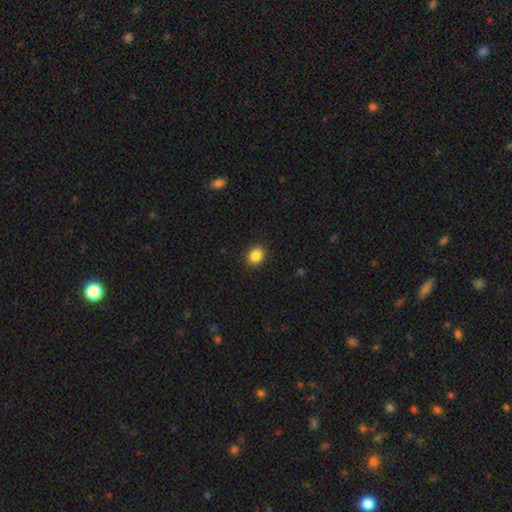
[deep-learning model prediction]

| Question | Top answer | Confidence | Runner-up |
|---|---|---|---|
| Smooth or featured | smooth | 86% | star or artifact (10%) |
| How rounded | round | 50% | in between (49%) |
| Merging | none | 89% | minor disturbance (8%) |